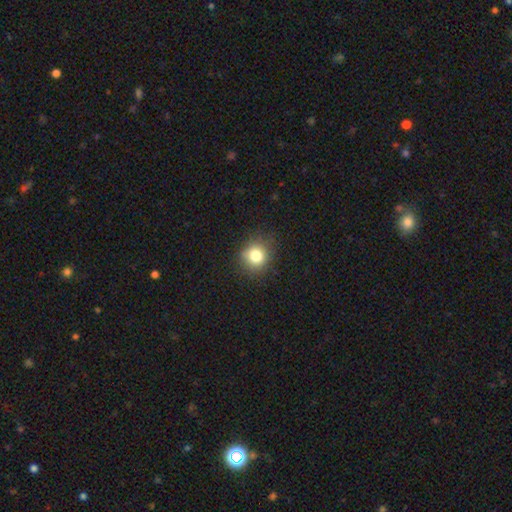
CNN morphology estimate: Q: Smooth or featured?
A: smooth (80%); runner-up: star or artifact (13%)
Q: How rounded?
A: round (83%); runner-up: in between (17%)
Q: Merging?
A: none (84%); runner-up: minor disturbance (12%)